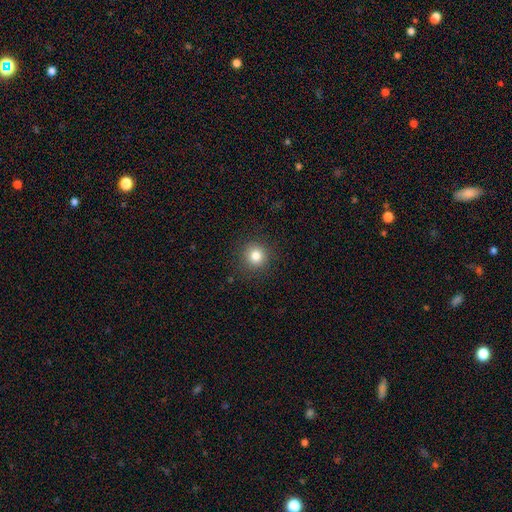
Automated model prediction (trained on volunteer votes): Smooth or featured?
  - smooth: 82% *
  - star or artifact: 12%
  - featured or disk: 6%
How rounded?
  - round: 94% *
  - in between: 5%
  - cigar-shaped: 1%
Merging?
  - none: 91% *
  - minor disturbance: 6%
  - major disturbance: 2%
  - merger: 1%